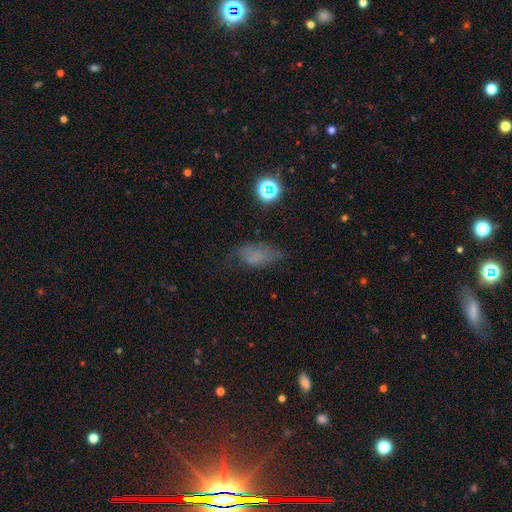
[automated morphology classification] This appears to be a smooth galaxy with no disk features (57%) that is in between round and cigar-shaped (85%). Merging: none (46%).